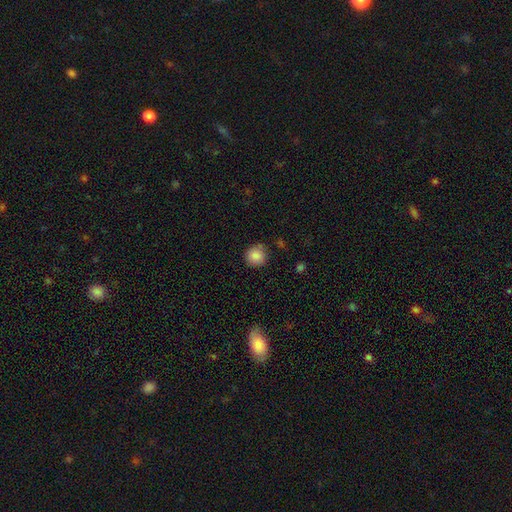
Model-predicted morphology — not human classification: A smooth galaxy with no disk features (86%) that is round (91%).

Vote fractions:
- Smooth or featured? smooth: 86% / star or artifact: 9% / featured or disk: 4%
- How rounded? round: 91% / in between: 8% / cigar-shaped: 1%
- Merging? none: 82% / minor disturbance: 12% / major disturbance: 3% / merger: 3%